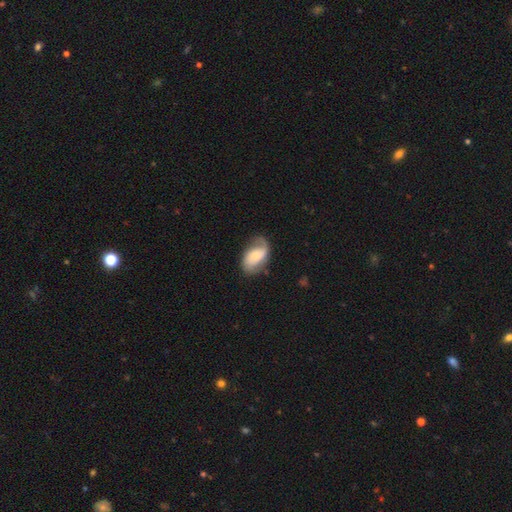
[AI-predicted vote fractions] smooth_or_featured: featured or disk (p=0.62) [alt: smooth p=0.32]
disk_edge_on: no (p=0.96) [alt: yes p=0.04]
bar: no (p=0.60) [alt: weak p=0.31]
has_spiral_arms: yes (p=0.86) [alt: no p=0.14]
spiral_winding: loose (p=0.41) [alt: medium p=0.37]
spiral_arm_count: 2 (p=0.62) [alt: 1 p=0.26]
bulge_size: moderate (p=0.51) [alt: small p=0.40]
merging: none (p=0.59) [alt: minor disturbance p=0.25]